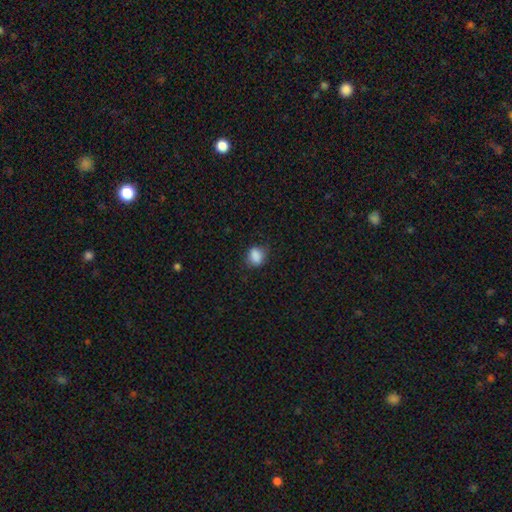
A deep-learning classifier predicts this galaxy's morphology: Smooth or featured? Predicted: smooth (p=0.87). How rounded? Predicted: in between (p=0.52). Merging? Predicted: none (p=0.75).